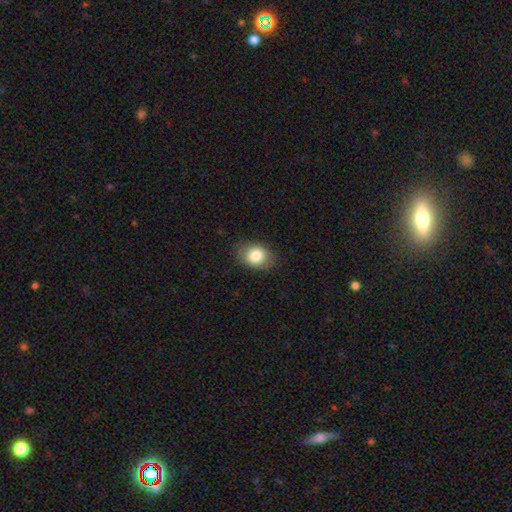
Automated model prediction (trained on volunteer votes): Smooth or featured: smooth — 83% (featured or disk — 9%)
How rounded: in between — 65% (round — 34%)
Merging: none — 83% (minor disturbance — 13%)